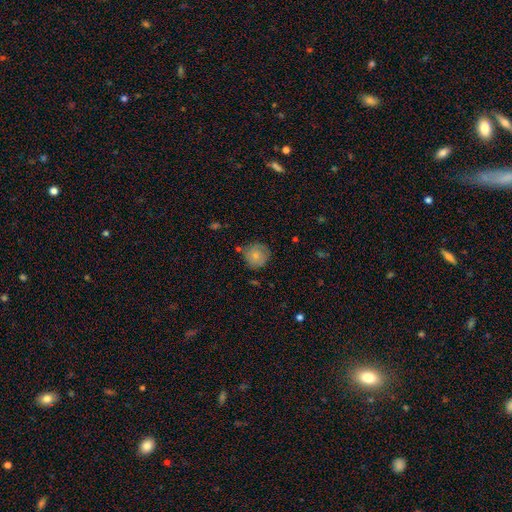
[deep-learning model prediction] Smooth or featured? Predicted: smooth (p=0.72). How rounded? Predicted: round (p=0.91). Merging? Predicted: none (p=0.72).